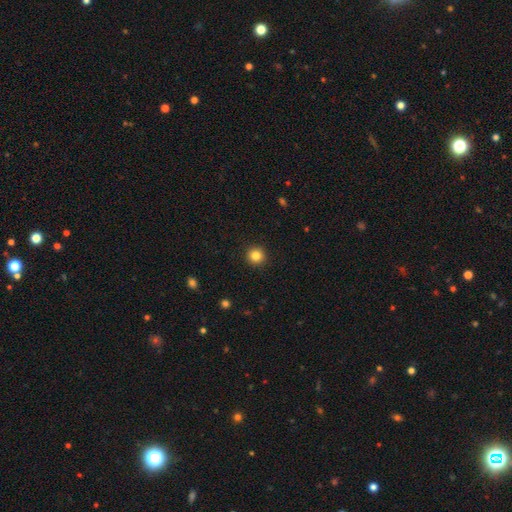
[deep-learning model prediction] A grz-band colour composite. It shows a smooth galaxy with no disk features (84%) that is round (95%). Merging: none (93%).